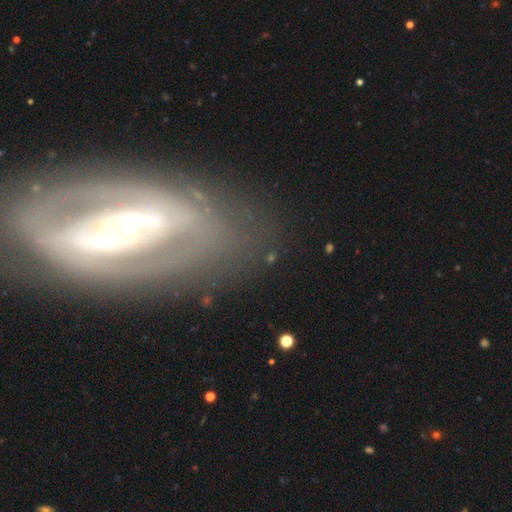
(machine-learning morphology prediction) Smooth or featured: featured or disk — 80% (smooth — 13%)
Edge-on disk: no — 86% (yes — 14%)
Bar: strong — 46% (no — 30%)
Spiral arms: yes — 58% (no — 42%)
Bulge size: moderate — 52% (small — 32%)
Merging: none — 78% (minor disturbance — 12%)